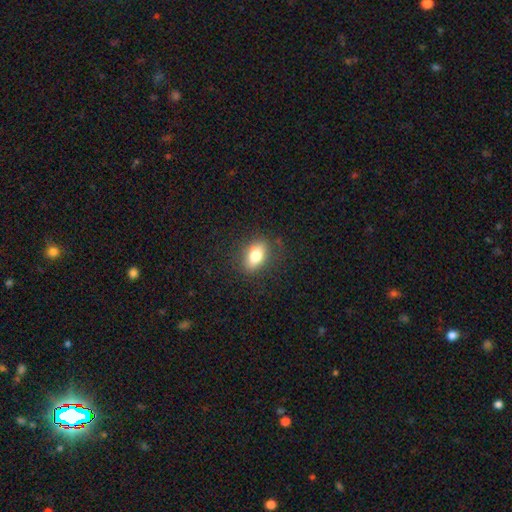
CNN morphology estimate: Smooth or featured?
  - smooth: 76% *
  - featured or disk: 15%
  - star or artifact: 9%
How rounded?
  - in between: 82% *
  - round: 12%
  - cigar-shaped: 5%
Merging?
  - none: 82% *
  - minor disturbance: 13%
  - major disturbance: 4%
  - merger: 1%